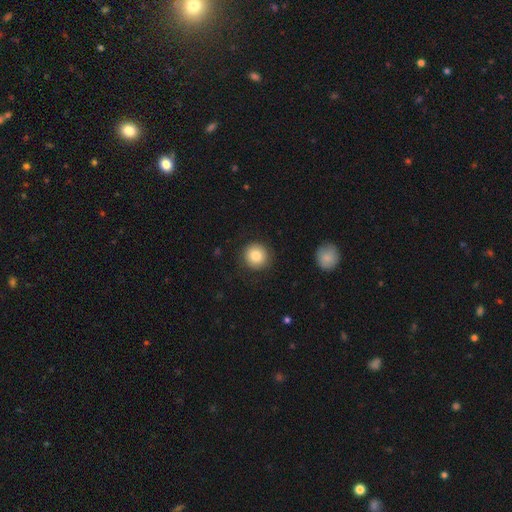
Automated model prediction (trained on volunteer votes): Overall: smooth (83%). How rounded: round (92%). Merging: none (88%).